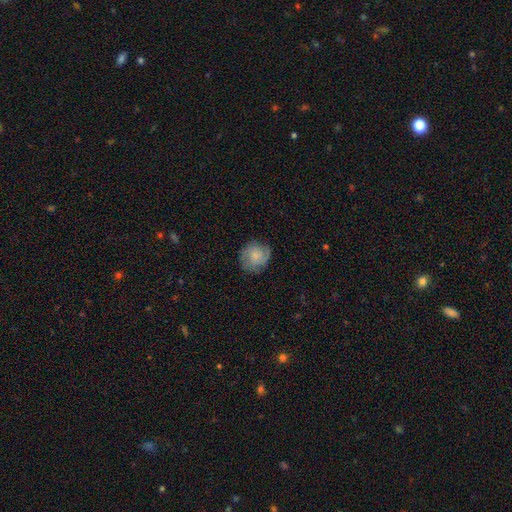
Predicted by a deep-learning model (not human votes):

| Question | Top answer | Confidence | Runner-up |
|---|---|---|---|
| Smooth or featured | smooth | 50% | featured or disk (42%) |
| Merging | none | 73% | minor disturbance (19%) |